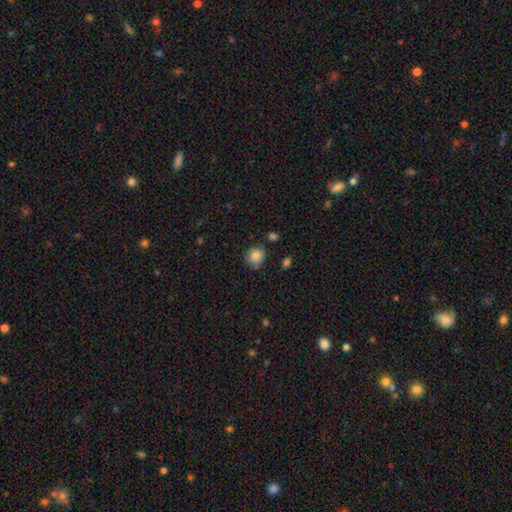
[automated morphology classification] Overall: smooth (85%). How rounded: round (82%). Merging: none (76%).